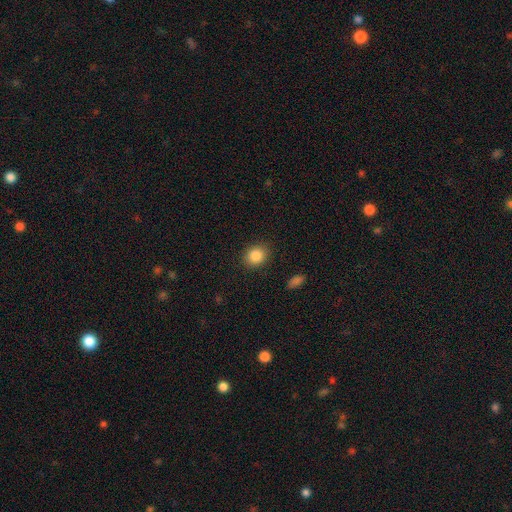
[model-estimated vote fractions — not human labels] The model was most divided on "how rounded": round: 63%, in between: 36%, cigar-shaped: 1%. More confident: merging — none (88%); smooth or featured — smooth (86%).